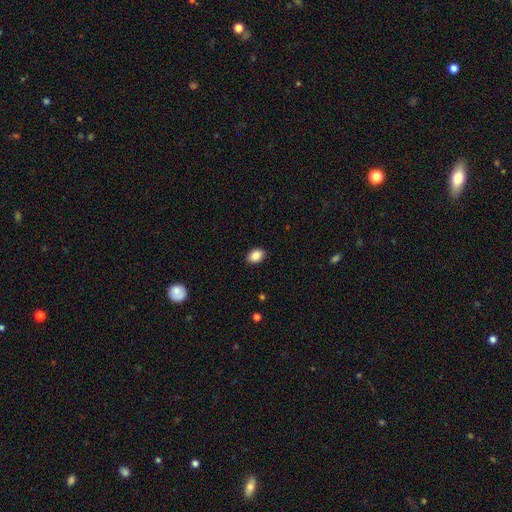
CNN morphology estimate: A smooth galaxy with no disk features (87%) that is in between round and cigar-shaped (74%). Merging: none (90%).